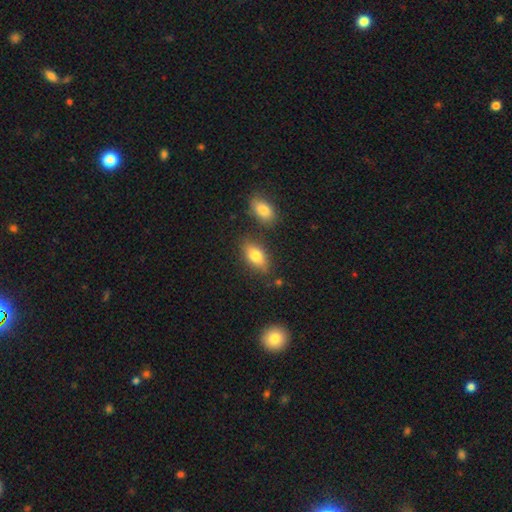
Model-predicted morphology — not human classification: A smooth galaxy with no disk features (77%) that is in between round and cigar-shaped (87%). Merging: none (77%).